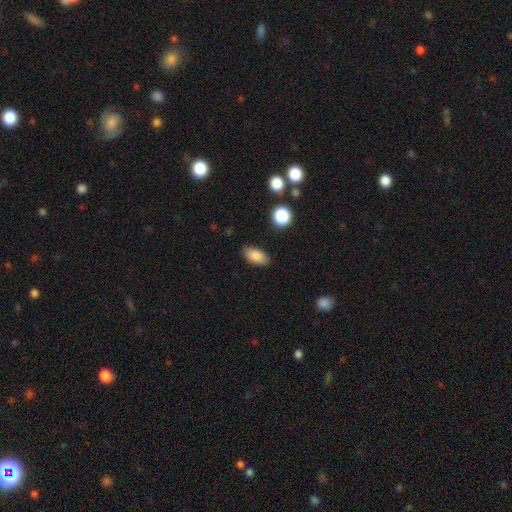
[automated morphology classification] Smooth or featured? Predicted: smooth (p=0.85). How rounded? Predicted: in between (p=0.91). Merging? Predicted: none (p=0.85).